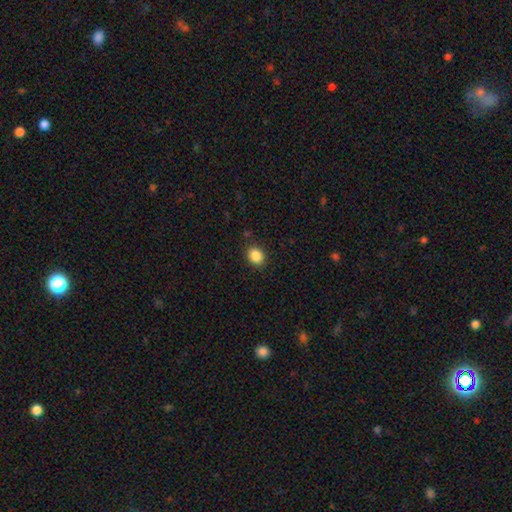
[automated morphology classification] A smooth galaxy with no disk features (87%) that is round (51%).

Vote fractions:
- Smooth or featured? smooth: 87% / star or artifact: 9% / featured or disk: 4%
- How rounded? round: 51% / in between: 48% / cigar-shaped: 1%
- Merging? none: 88% / minor disturbance: 8% / major disturbance: 2% / merger: 1%